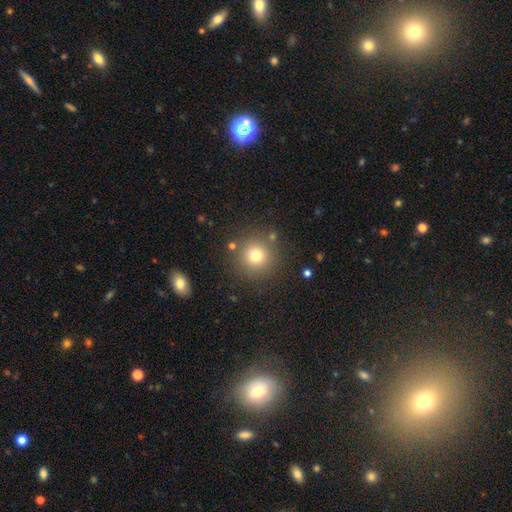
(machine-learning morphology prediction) Smooth or featured? smooth (76%)
How rounded? round (95%)
Merging? none (85%)